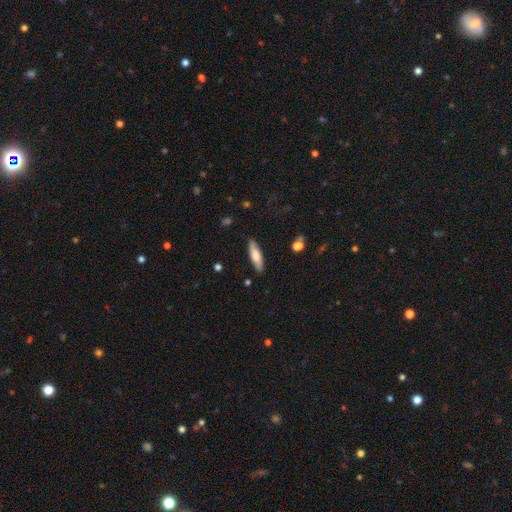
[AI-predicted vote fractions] smooth 69%, featured or disk 25%, star or artifact 6%. Down the decision tree: how rounded — cigar-shaped (64%); merging — none (86%).